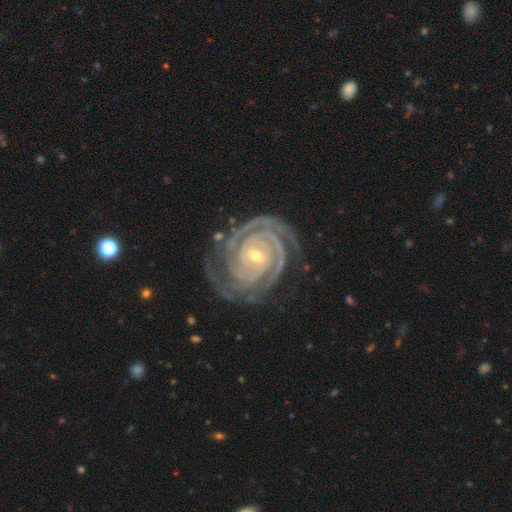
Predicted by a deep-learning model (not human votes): This appears to be a featured or disk galaxy (94%) with no bar (43%), 2 (32%) tight (87%) spiral arms (99%) and a small central bulge (62%). Merging: none (75%).